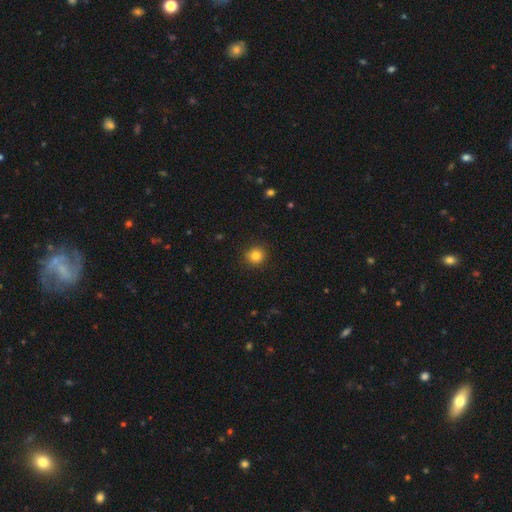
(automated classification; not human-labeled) smooth-or-featured: smooth: 83% | star or artifact: 11% | featured or disk: 6%
  how-rounded: round: 88% | in between: 11% | cigar-shaped: 1%
  merging: none: 90% | minor disturbance: 7% | major disturbance: 2% | merger: 1%